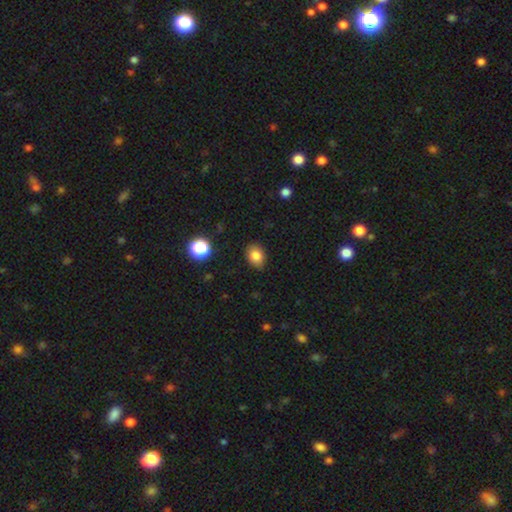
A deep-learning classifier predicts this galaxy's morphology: This is clearly a smooth galaxy (82%). How rounded: possibly in between (60%). Merging: clearly none (82%).